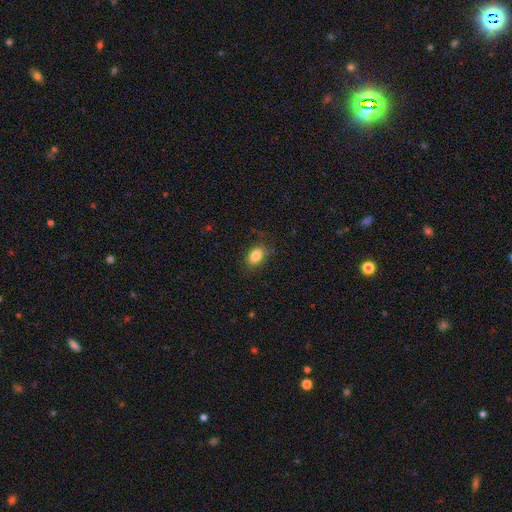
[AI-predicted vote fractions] Smooth or featured?
  - smooth: 83% *
  - star or artifact: 9%
  - featured or disk: 8%
How rounded?
  - in between: 85% *
  - round: 13%
  - cigar-shaped: 2%
Merging?
  - none: 82% *
  - minor disturbance: 13%
  - major disturbance: 3%
  - merger: 1%